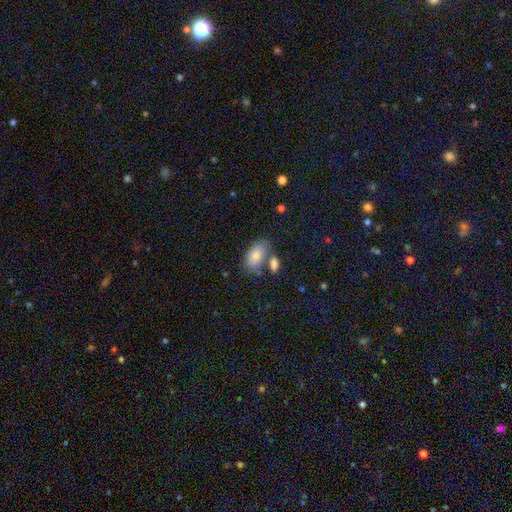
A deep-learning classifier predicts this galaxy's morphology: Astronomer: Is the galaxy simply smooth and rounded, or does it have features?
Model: smooth — 79%.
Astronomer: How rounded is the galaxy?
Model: in between — 92%.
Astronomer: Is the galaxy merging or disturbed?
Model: none — 61%.